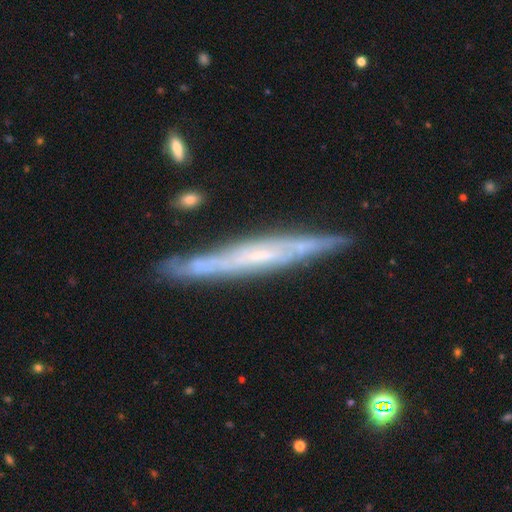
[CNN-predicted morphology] Smooth or featured? featured or disk (75%)
Edge-on disk? yes (89%)
Edge-on bulge? none (66%)
Merging? none (82%)